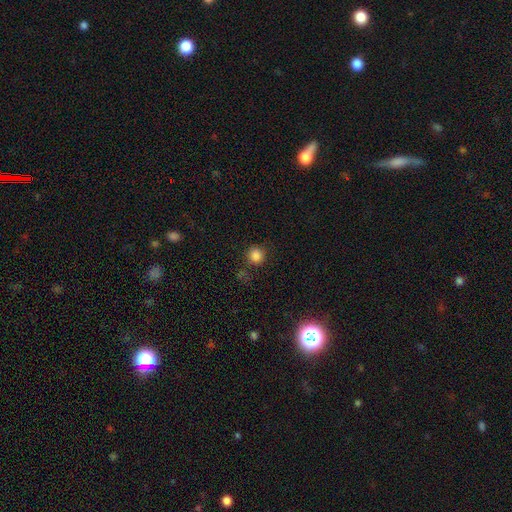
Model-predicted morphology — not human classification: smooth-or-featured: smooth: 84% | star or artifact: 12% | featured or disk: 4%
  how-rounded: round: 92% | in between: 7% | cigar-shaped: 1%
  merging: none: 80% | minor disturbance: 11% | merger: 5% | major disturbance: 5%